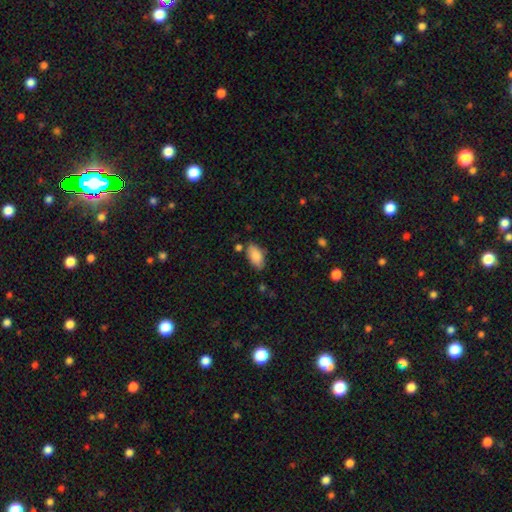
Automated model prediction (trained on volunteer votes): Morphology: type=smooth (86%); roundness=in between (93%); merging=none (76%).